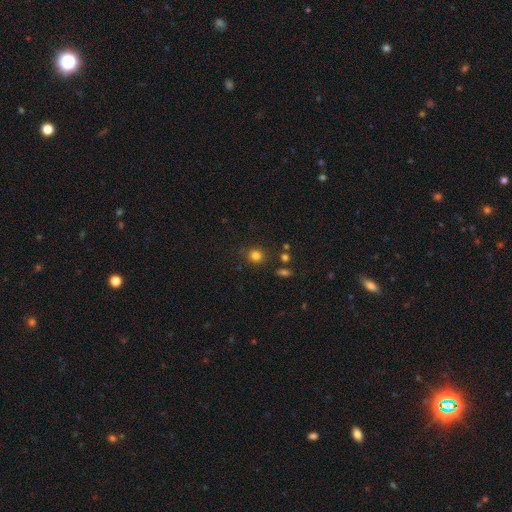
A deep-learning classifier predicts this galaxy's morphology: This appears to be a smooth galaxy with no disk features (81%) that is round (85%). Merging: none (83%).